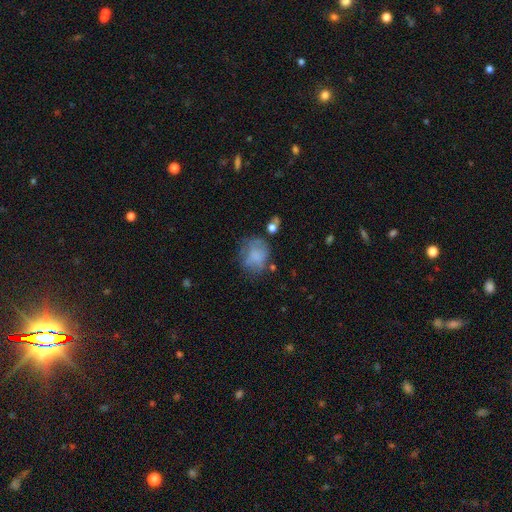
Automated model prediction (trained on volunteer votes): Overall: smooth (60%; featured or disk 28%). How rounded: round (59%; in between 40%). Merging: none (48%; minor disturbance 26%).